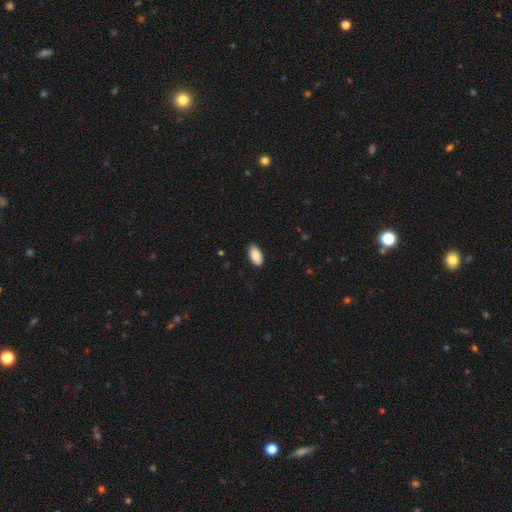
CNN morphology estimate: A smooth galaxy with no disk features (86%) that is in between round and cigar-shaped (95%). Merging: none (87%).